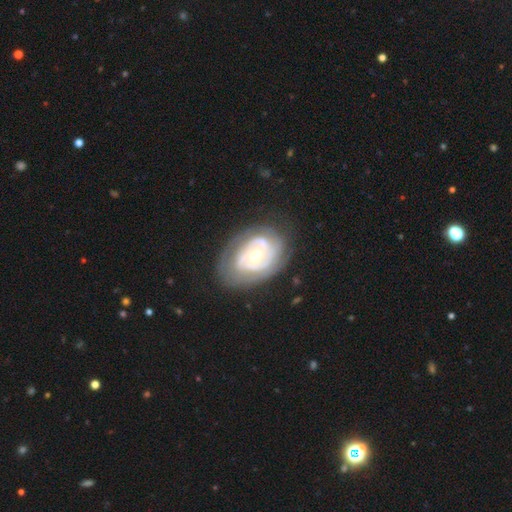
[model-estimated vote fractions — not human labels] Smooth or featured? Predicted: featured or disk (p=0.83). Edge-on disk? Predicted: no (p=0.97). Bar? Predicted: no (p=0.71). Spiral arms? Predicted: yes (p=0.84). Spiral winding? Predicted: tight (p=0.71). Spiral arm count? Predicted: 2 (p=0.38). Bulge size? Predicted: moderate (p=0.60). Merging? Predicted: none (p=0.69).